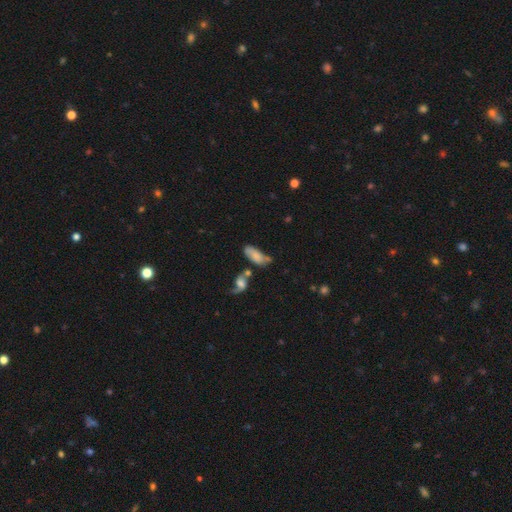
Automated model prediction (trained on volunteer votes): This appears to be a smooth galaxy with no disk features (66%) that is in between round and cigar-shaped (83%). Merging: none (37%).